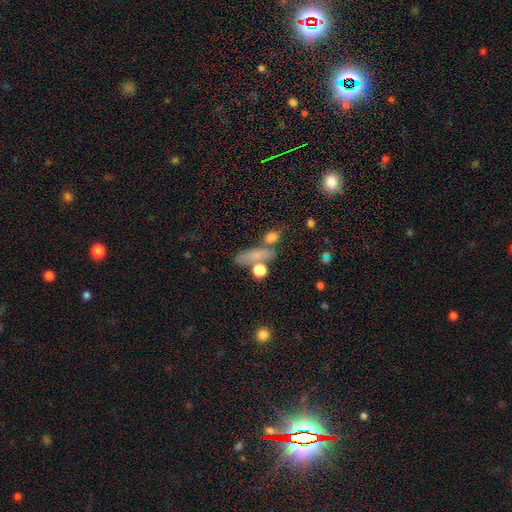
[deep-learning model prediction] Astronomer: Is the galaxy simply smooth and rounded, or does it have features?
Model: smooth — 68%.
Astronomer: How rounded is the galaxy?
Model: cigar-shaped — 49% (runner-up: in between, 35%).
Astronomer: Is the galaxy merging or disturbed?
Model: none — 59%.